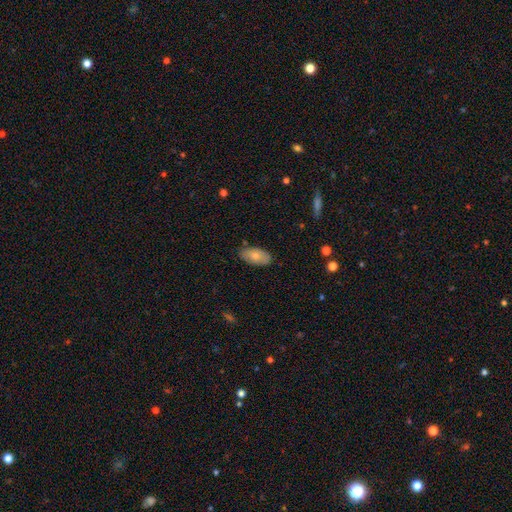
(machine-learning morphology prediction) Q: Smooth or featured?
A: smooth (78%); runner-up: featured or disk (16%)
Q: How rounded?
A: in between (94%); runner-up: cigar-shaped (3%)
Q: Merging?
A: none (81%); runner-up: minor disturbance (14%)